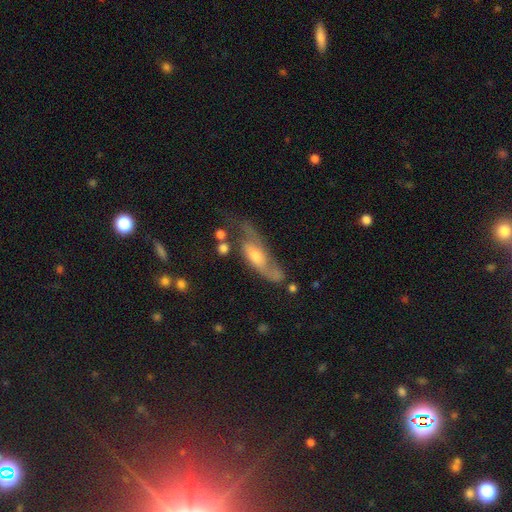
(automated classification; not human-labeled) featured or disk 72%, smooth 20%, star or artifact 7%. Down the decision tree: edge-on disk — no (84%); bar — no (57%); spiral arms — yes (88%); spiral arm count — 2 (74%); spiral winding — loose (45%); bulge size — moderate (55%); merging — none (47%).